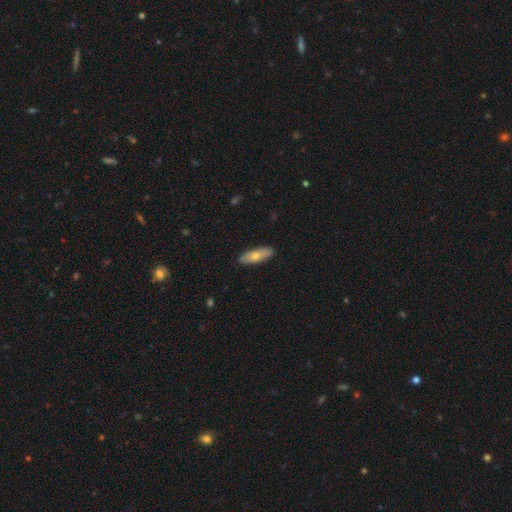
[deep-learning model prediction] Q: Smooth or featured?
A: smooth (72%); runner-up: featured or disk (22%)
Q: How rounded?
A: in between (54%); runner-up: cigar-shaped (44%)
Q: Merging?
A: none (88%); runner-up: minor disturbance (9%)